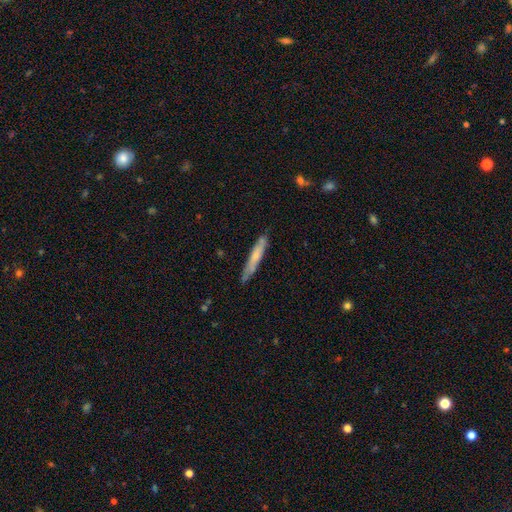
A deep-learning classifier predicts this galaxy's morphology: Smooth or featured: smooth — 57% (featured or disk — 37%)
How rounded: cigar-shaped — 94% (in between — 5%)
Merging: none — 80% (minor disturbance — 16%)